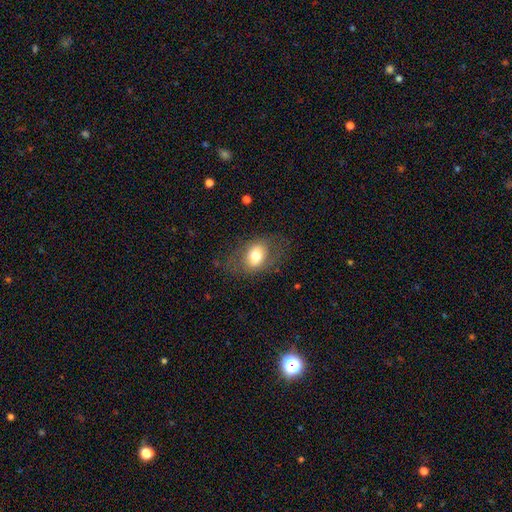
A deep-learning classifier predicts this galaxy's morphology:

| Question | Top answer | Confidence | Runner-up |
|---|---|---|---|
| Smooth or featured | smooth | 68% | featured or disk (24%) |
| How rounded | in between | 78% | round (20%) |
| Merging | none | 71% | minor disturbance (17%) |